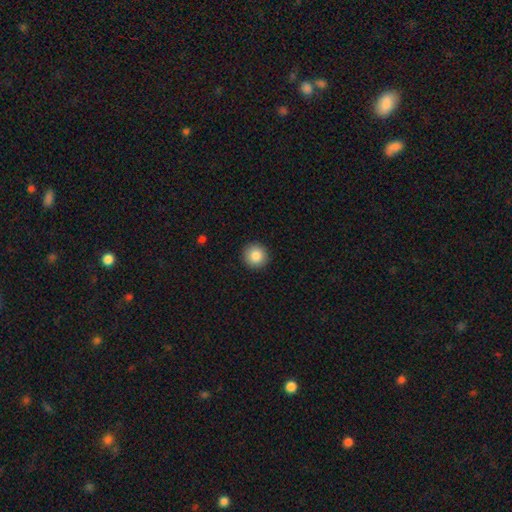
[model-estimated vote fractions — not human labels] Overall: smooth (86%). How rounded: round (95%). Merging: none (93%).